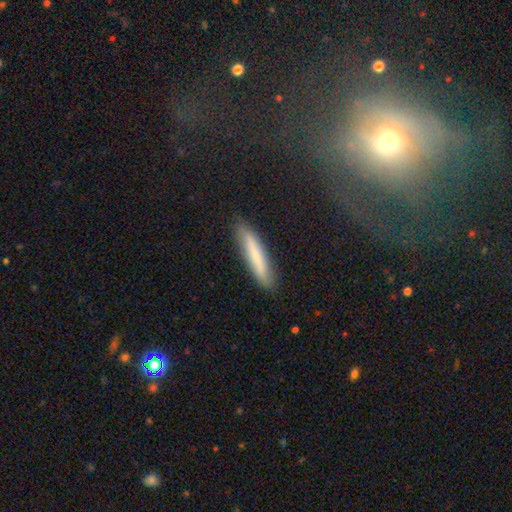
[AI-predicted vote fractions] The model was most divided on "smooth or featured": smooth: 73%, featured or disk: 20%, star or artifact: 7%. More confident: how rounded — cigar-shaped (91%); merging — none (87%).